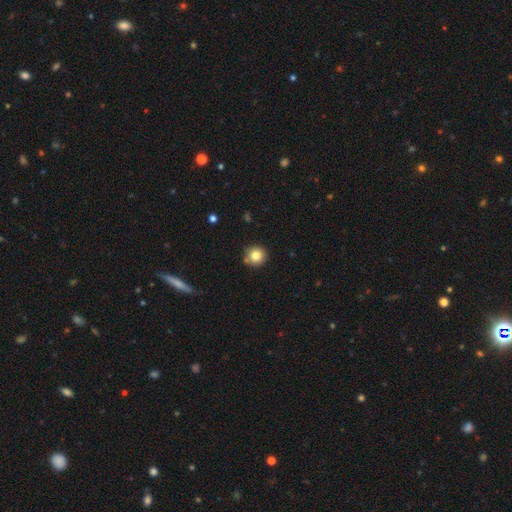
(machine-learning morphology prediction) Q: Smooth or featured?
A: smooth (82%); runner-up: star or artifact (11%)
Q: How rounded?
A: round (94%); runner-up: in between (5%)
Q: Merging?
A: none (83%); runner-up: minor disturbance (10%)